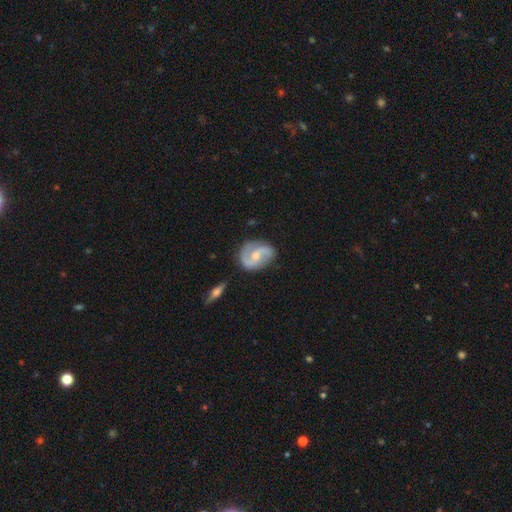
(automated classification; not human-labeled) Morphology: type=featured or disk (82%); edge-on=no (97%); bar=no (45%); spiral arms=yes (95%); winding=medium (50%); arm count=2 (89%); bulge=moderate (54%); merging=none (74%).